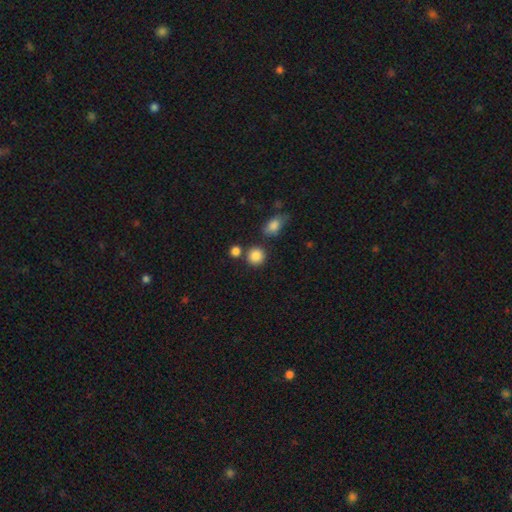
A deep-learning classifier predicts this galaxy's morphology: smooth 86%, star or artifact 10%, featured or disk 4%. Down the decision tree: how rounded — round (89%); merging — none (76%).